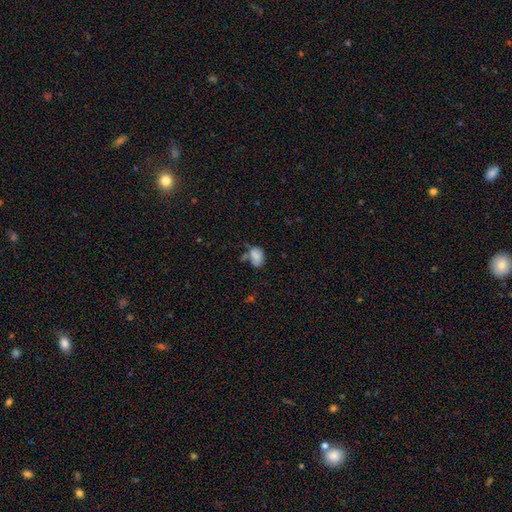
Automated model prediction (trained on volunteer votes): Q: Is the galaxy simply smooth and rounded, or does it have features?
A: smooth — 79%.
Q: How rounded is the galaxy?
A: in between — 79%.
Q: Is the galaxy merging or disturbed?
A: none — 40%.